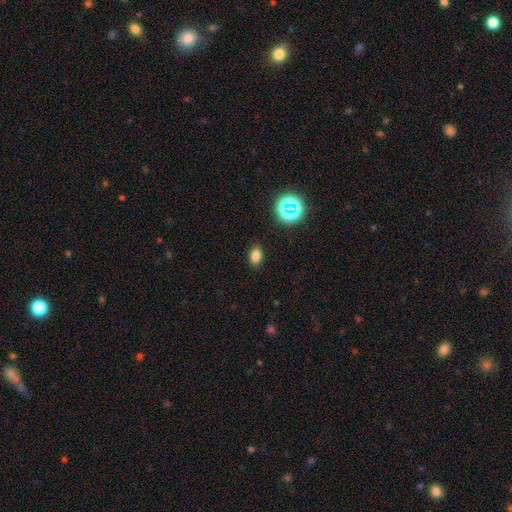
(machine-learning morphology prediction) type=smooth (77%); roundness=in between (82%); merging=none (88%).